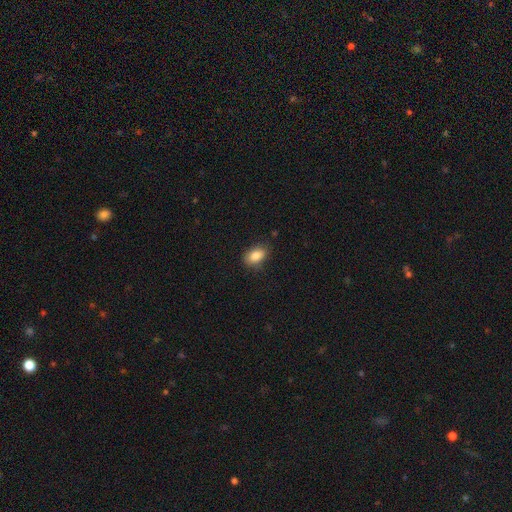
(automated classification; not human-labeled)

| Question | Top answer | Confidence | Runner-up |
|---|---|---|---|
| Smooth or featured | smooth | 86% | star or artifact (8%) |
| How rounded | in between | 84% | round (14%) |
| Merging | none | 80% | minor disturbance (15%) |